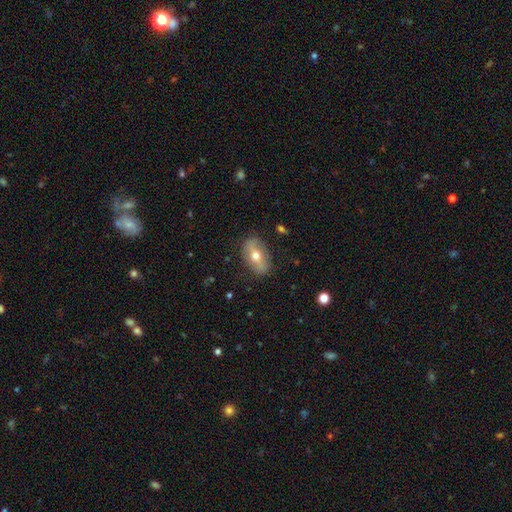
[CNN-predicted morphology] This is possibly a featured or disk galaxy (47%). Merging: clearly none (83%).